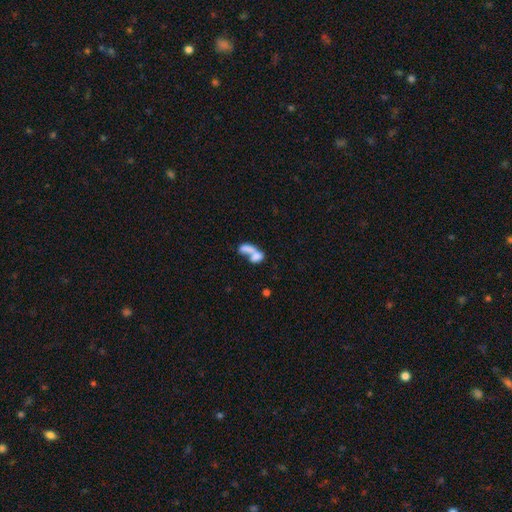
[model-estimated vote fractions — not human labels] This is likely a smooth galaxy (67%). How rounded: likely in between (77%). Merging: likely merger (72%).